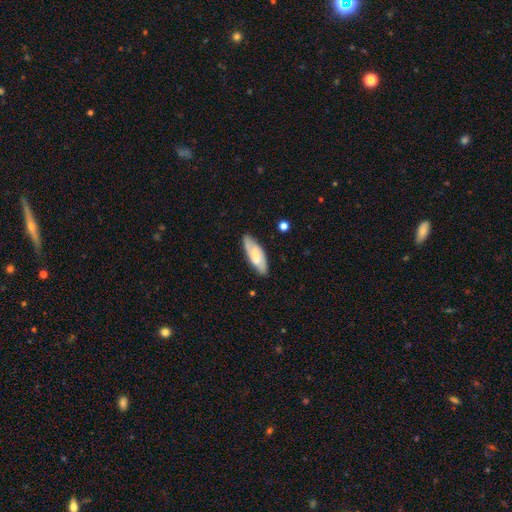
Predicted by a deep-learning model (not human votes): Smooth or featured? Predicted: featured or disk (p=0.53). Edge-on disk? Predicted: no (p=0.83). Merging? Predicted: none (p=0.82).